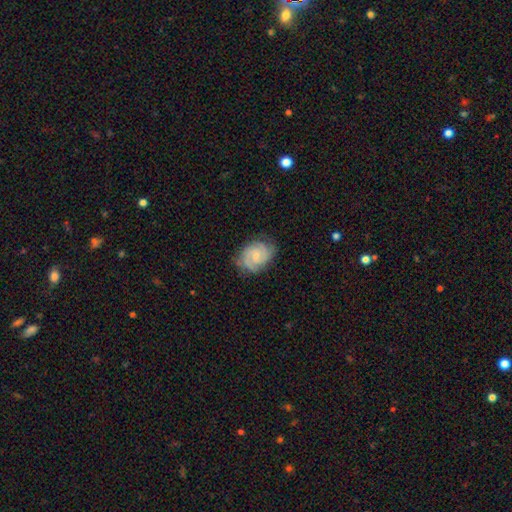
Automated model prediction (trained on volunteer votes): This appears to be a featured or disk galaxy (80%) with no bar (52%), 2 (67%) tight (58%) spiral arms (97%) and a small central bulge (59%). Merging: none (77%).